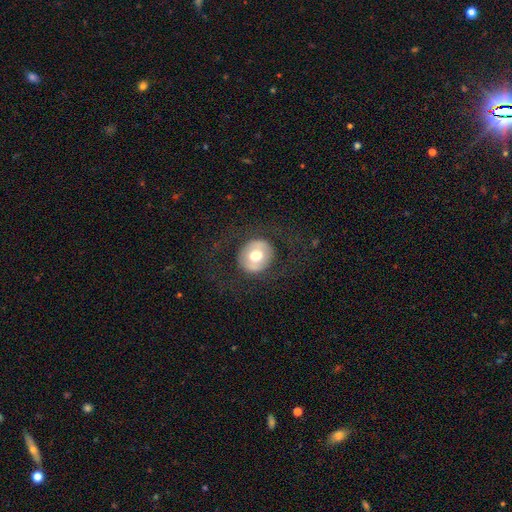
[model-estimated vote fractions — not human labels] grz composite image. It shows a smooth galaxy with no disk features (53%) that is round (79%). Merging: none (77%).